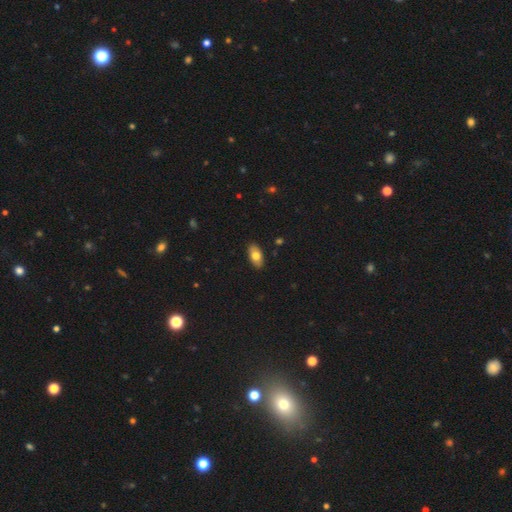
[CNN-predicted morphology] Smooth or featured: smooth — 75% (featured or disk — 18%)
How rounded: in between — 92% (round — 4%)
Merging: none — 88% (minor disturbance — 9%)